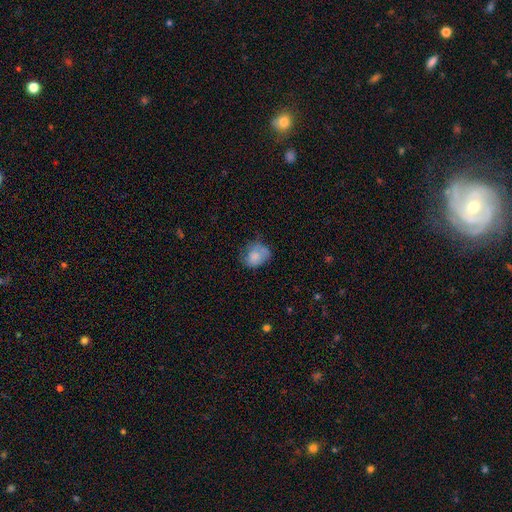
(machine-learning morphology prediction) Smooth or featured: smooth — 71% (featured or disk — 20%)
How rounded: round — 50% (in between — 49%)
Merging: none — 48% (minor disturbance — 32%)